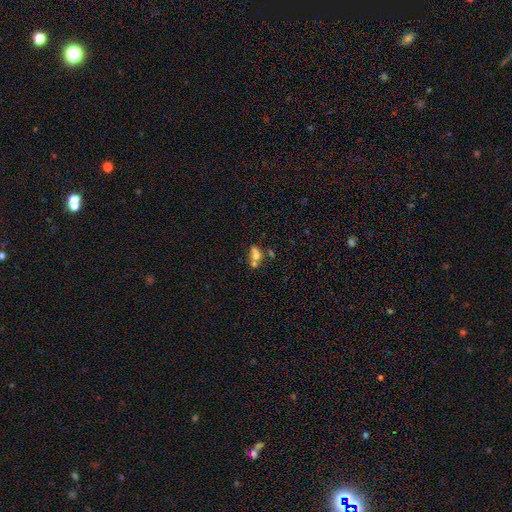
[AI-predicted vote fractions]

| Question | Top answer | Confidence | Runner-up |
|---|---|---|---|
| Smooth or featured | smooth | 58% | featured or disk (27%) |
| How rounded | in between | 51% | round (46%) |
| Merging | merger | 56% | none (27%) |